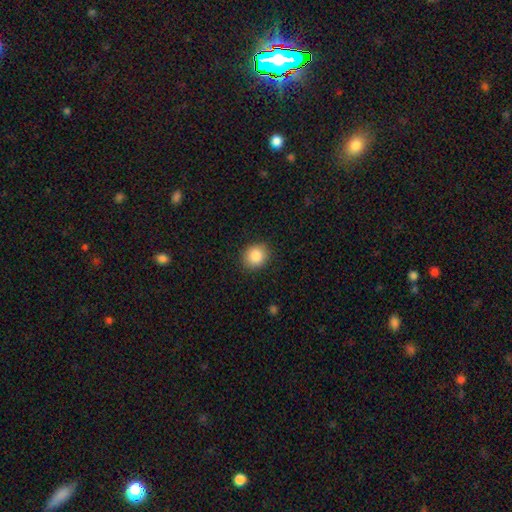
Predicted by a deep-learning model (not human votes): smooth 87%, star or artifact 9%, featured or disk 4%. Down the decision tree: how rounded — round (80%); merging — none (88%).